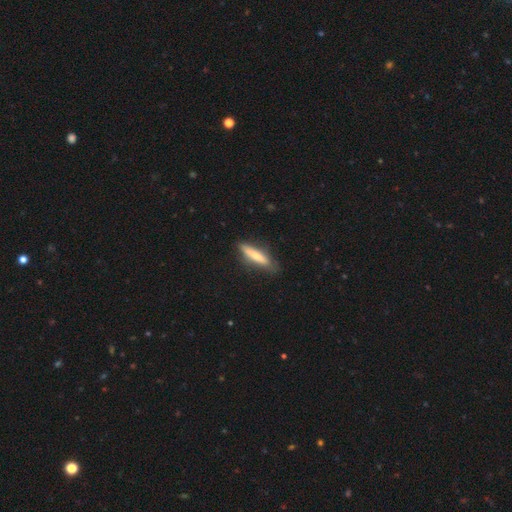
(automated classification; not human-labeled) Morphology: type=smooth (63%); roundness=cigar-shaped (82%); merging=none (80%).